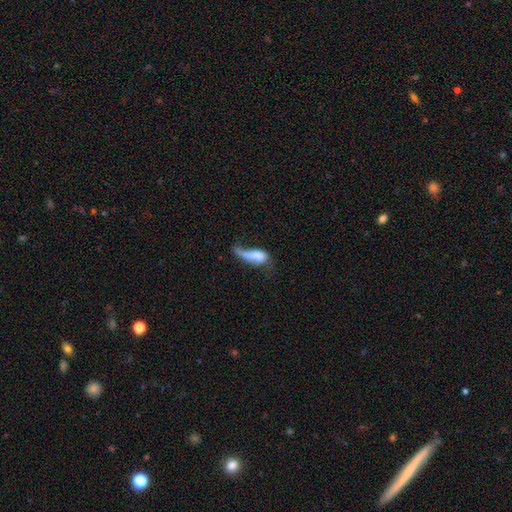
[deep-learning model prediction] A smooth galaxy with no disk features (63%) that is in between round and cigar-shaped (70%). Merging: major disturbance (47%).